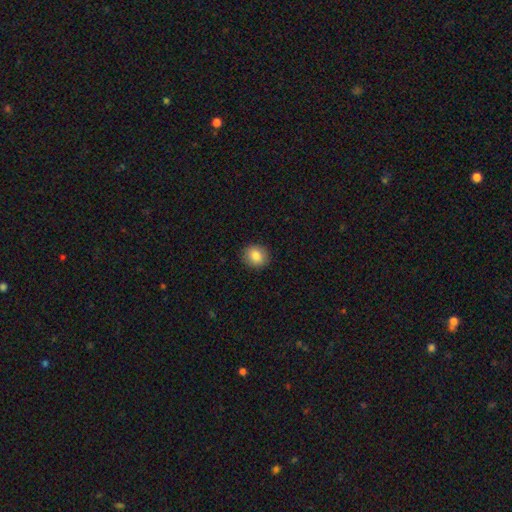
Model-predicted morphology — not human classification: A smooth galaxy with no disk features (84%) that is round (76%). Merging: none (90%).